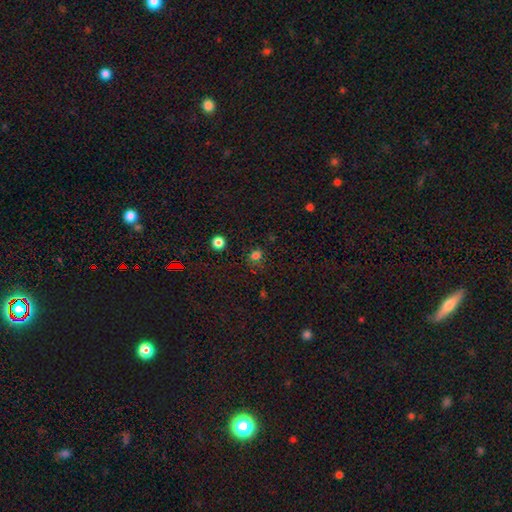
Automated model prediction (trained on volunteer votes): This is likely a smooth galaxy (69%). How rounded: likely round (74%). Merging: likely none (76%).